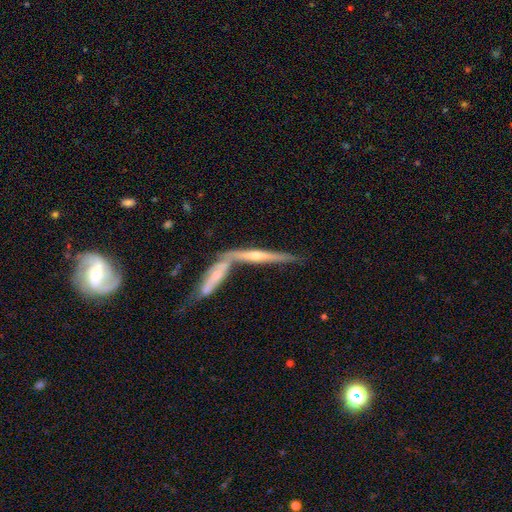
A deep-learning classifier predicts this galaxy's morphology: Q: Smooth or featured?
A: featured or disk (73%); runner-up: smooth (21%)
Q: Edge-on disk?
A: yes (92%); runner-up: no (8%)
Q: Edge-on bulge?
A: rounded (74%); runner-up: none (19%)
Q: Merging?
A: merger (45%); runner-up: none (41%)